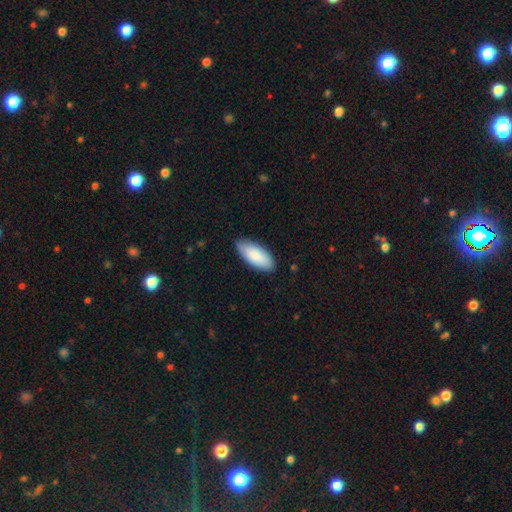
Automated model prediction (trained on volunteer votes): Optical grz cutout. It shows a smooth galaxy with no disk features (88%) that is in between round and cigar-shaped (86%). Merging: none (85%).